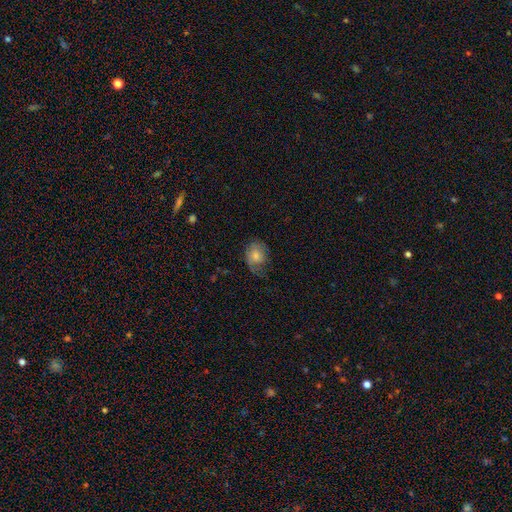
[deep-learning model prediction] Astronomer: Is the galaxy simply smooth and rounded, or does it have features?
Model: smooth — 67%.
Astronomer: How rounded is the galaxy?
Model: in between — 50% (runner-up: round, 49%).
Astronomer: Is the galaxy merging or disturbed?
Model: none — 48% (runner-up: minor disturbance, 30%).